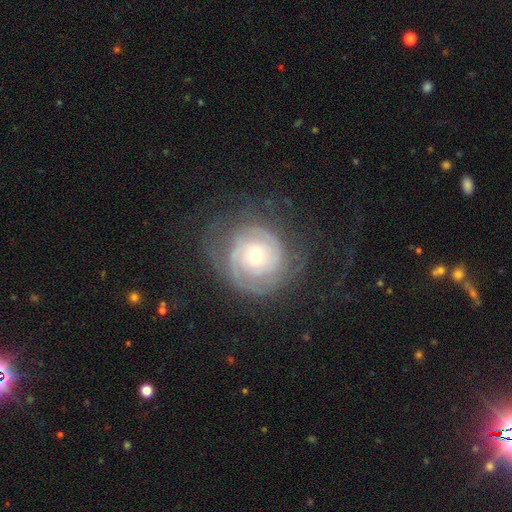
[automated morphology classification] The model was most divided on "spiral arm count": 2: 34%, can't tell: 33%, 3: 15%, 1: 8%, 4: 6%, more than 4: 5%. More confident: edge-on disk — no (97%); spiral arms — yes (92%); smooth or featured — featured or disk (81%); bar — no (77%); spiral winding — tight (72%); merging — none (66%); bulge size — moderate (61%).